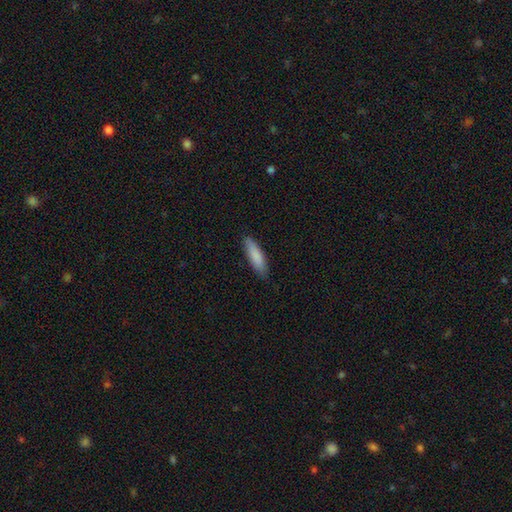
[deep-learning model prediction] smooth_or_featured: smooth (p=0.86) [alt: featured or disk p=0.08]
how_rounded: cigar-shaped (p=0.65) [alt: in between p=0.34]
merging: none (p=0.84) [alt: minor disturbance p=0.13]